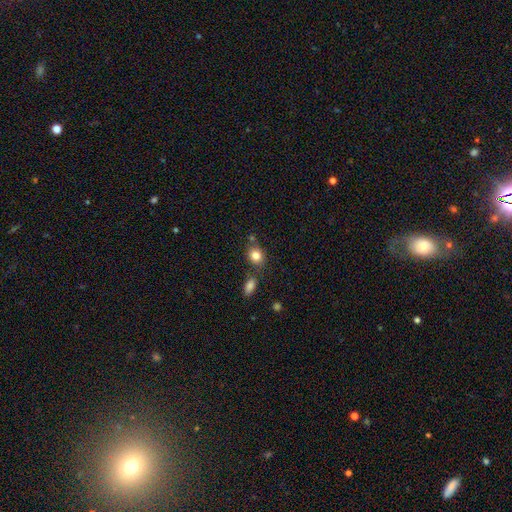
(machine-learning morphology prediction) A smooth galaxy with no disk features (83%) that is round (58%). Merging: none (67%).